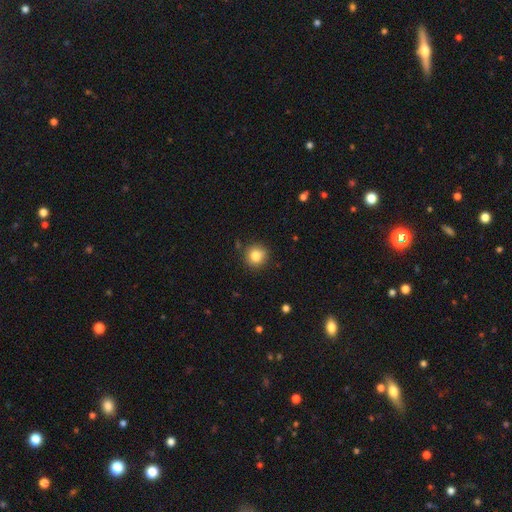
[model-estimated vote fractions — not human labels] A smooth galaxy with no disk features (83%) that is round (91%).

Vote fractions:
- Smooth or featured? smooth: 83% / star or artifact: 11% / featured or disk: 7%
- How rounded? round: 91% / in between: 8% / cigar-shaped: 1%
- Merging? none: 87% / minor disturbance: 9% / major disturbance: 2% / merger: 2%